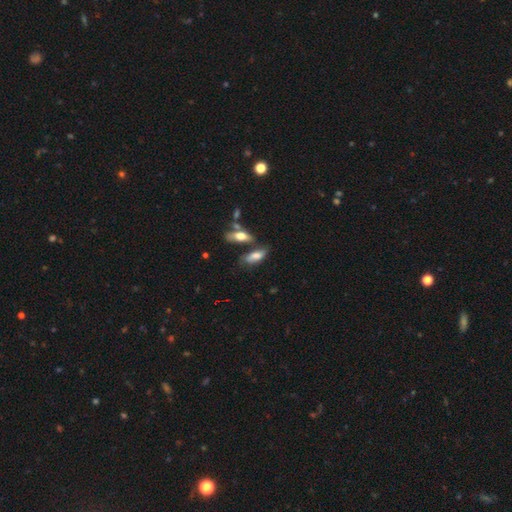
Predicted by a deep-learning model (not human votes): This is likely a smooth galaxy (70%). How rounded: likely in between (77%). Merging: possibly none (47%).